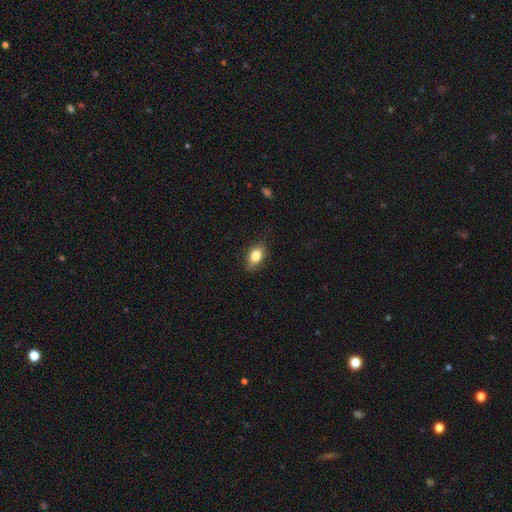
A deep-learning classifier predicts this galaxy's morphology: This appears to be a smooth galaxy with no disk features (82%) that is in between round and cigar-shaped (83%). Merging: none (85%).